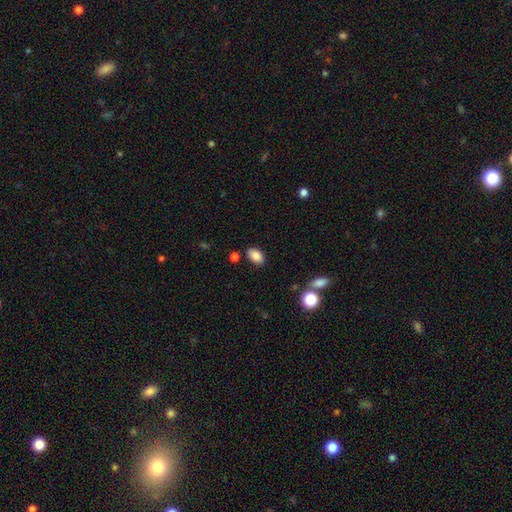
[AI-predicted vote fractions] Overall: smooth (87%). How rounded: in between (91%). Merging: none (83%).